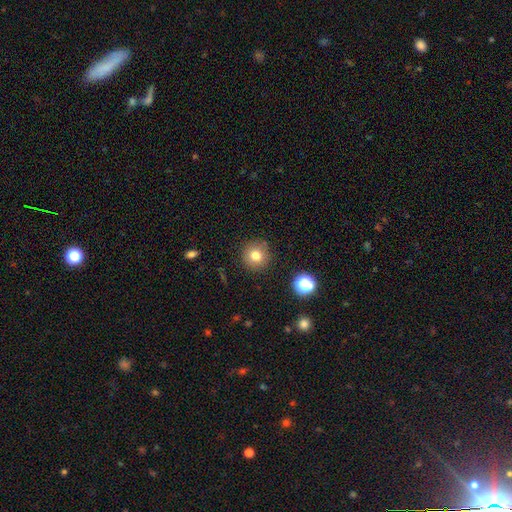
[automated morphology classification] A smooth galaxy with no disk features (78%) that is round (94%). Merging: none (89%).